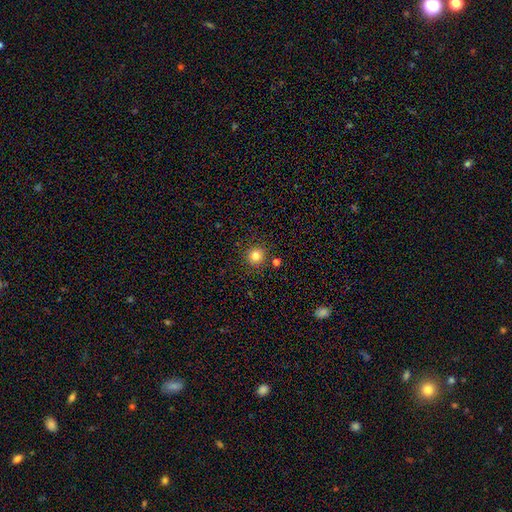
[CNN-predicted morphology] Smooth or featured? smooth (81%)
How rounded? round (93%)
Merging? none (88%)